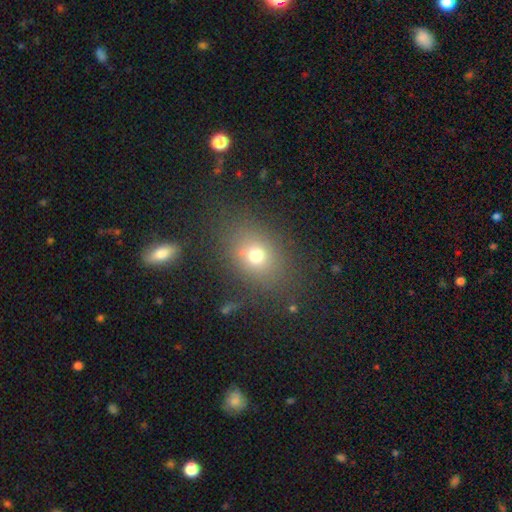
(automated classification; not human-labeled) Smooth or featured: smooth — 71% (star or artifact — 18%)
How rounded: in between — 50% (round — 49%)
Merging: none — 78% (minor disturbance — 12%)